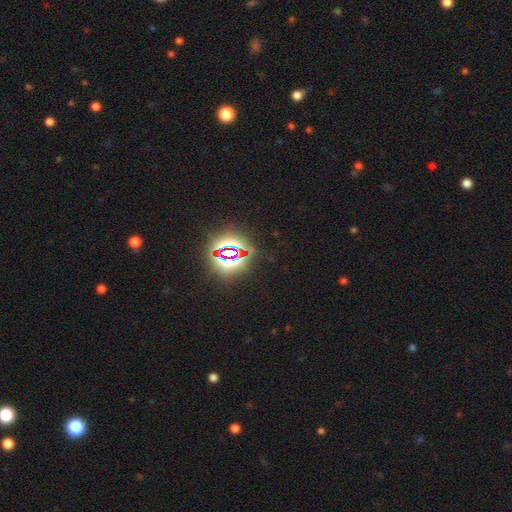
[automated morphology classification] Smooth or featured?
  - star or artifact: 82% *
  - smooth: 11%
  - featured or disk: 7%